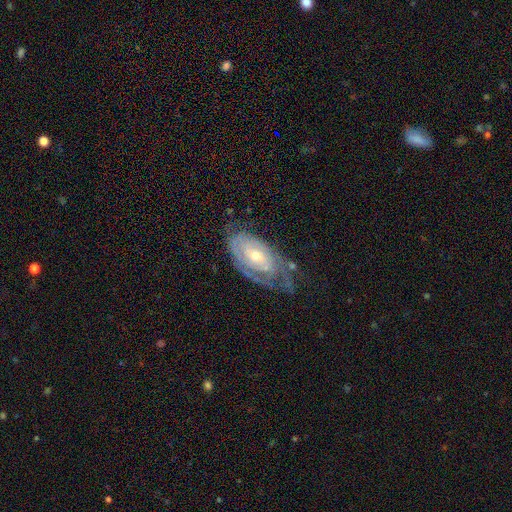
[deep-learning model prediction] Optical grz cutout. It shows a featured or disk galaxy (79%) with no bar (63%), tight (69%) spiral arms (86%) and a moderate central bulge (48%, tied with small). Merging: none (50%).